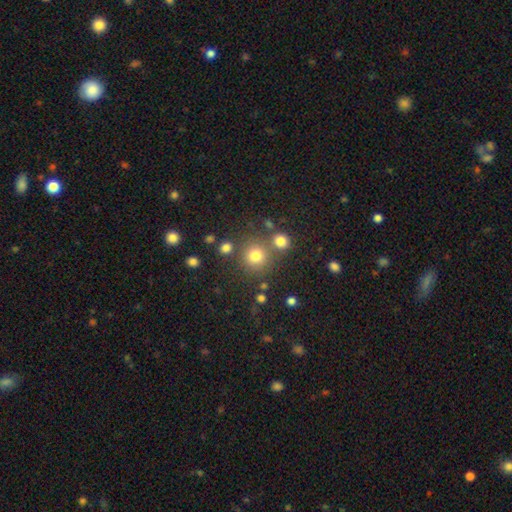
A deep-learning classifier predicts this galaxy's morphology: This is likely a smooth galaxy (76%). How rounded: clearly round (91%). Merging: likely none (75%).